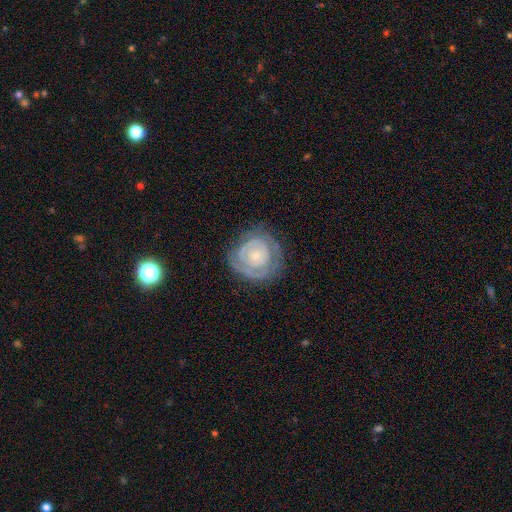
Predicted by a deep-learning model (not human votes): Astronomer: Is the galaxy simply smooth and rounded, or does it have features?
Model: featured or disk — 76%.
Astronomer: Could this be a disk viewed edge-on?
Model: no — 97%.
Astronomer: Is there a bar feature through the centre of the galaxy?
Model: no — 83%.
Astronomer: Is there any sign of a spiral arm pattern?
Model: yes — 76%.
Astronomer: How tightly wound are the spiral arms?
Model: tight — 80%.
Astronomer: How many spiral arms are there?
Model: can't tell — 41% (runner-up: 2, 29%).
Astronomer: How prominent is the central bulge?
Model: small — 75%.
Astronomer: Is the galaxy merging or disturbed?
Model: none — 74%.